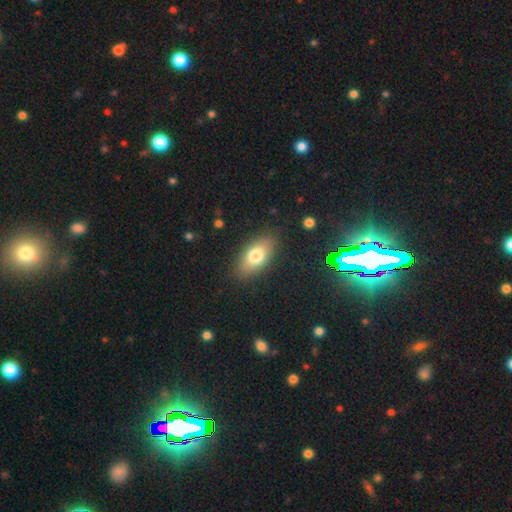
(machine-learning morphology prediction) smooth-or-featured: smooth: 75% | featured or disk: 17% | star or artifact: 8%
  how-rounded: in between: 88% | cigar-shaped: 7% | round: 5%
  merging: none: 85% | minor disturbance: 11% | major disturbance: 3% | merger: 1%